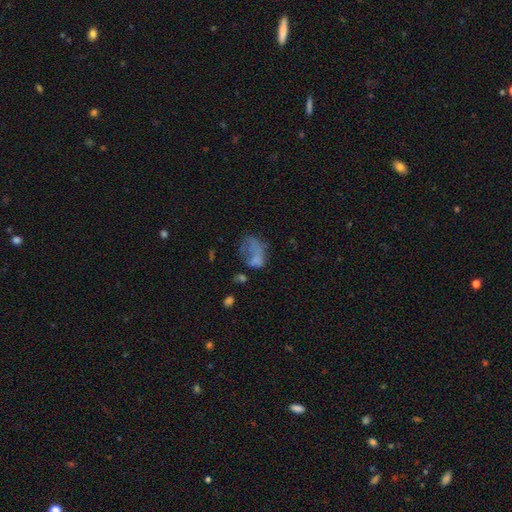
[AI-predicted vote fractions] Morphology: type=smooth (49%); merging=major disturbance (43%).